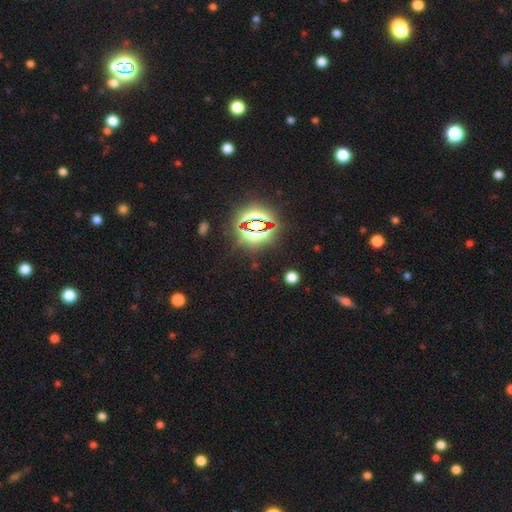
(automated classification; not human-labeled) star or artifact 81%, smooth 12%, featured or disk 7%.